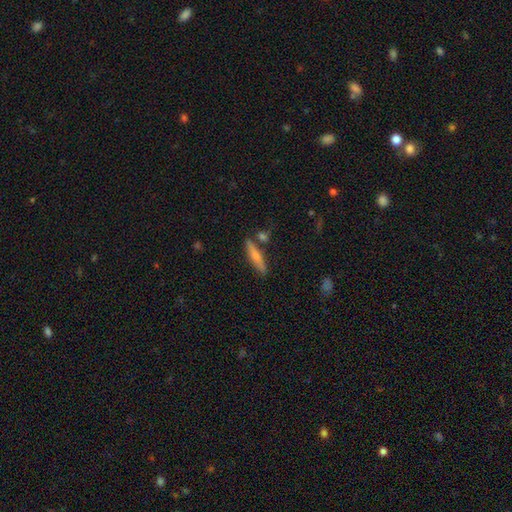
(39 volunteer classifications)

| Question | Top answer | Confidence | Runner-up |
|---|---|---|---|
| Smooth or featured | smooth | 56% | featured or disk (33%) |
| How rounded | cigar-shaped | 91% | in between (9%) |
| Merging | none | 83% | minor disturbance (9%) |